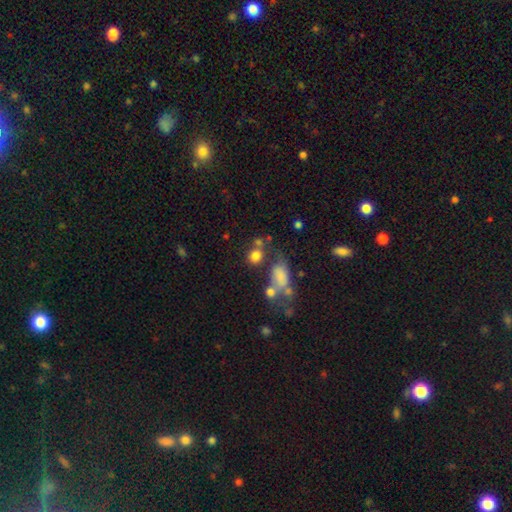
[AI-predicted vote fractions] A smooth galaxy with no disk features (79%) that is round (62%).

Vote fractions:
- Smooth or featured? smooth: 79% / star or artifact: 12% / featured or disk: 10%
- How rounded? round: 62% / in between: 36% / cigar-shaped: 2%
- Merging? none: 55% / merger: 23% / minor disturbance: 14% / major disturbance: 8%